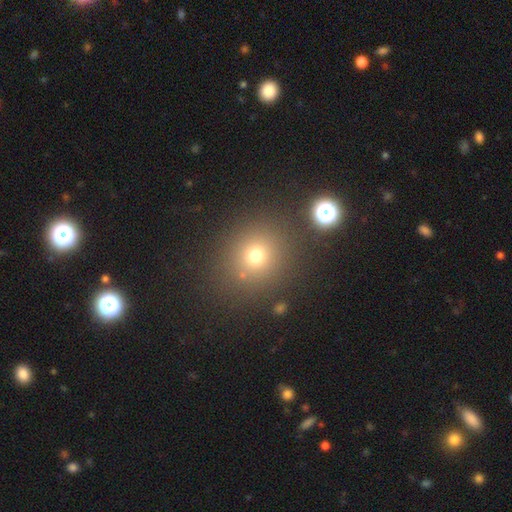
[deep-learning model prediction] A smooth galaxy with no disk features (71%) that is round (85%). Merging: none (82%).